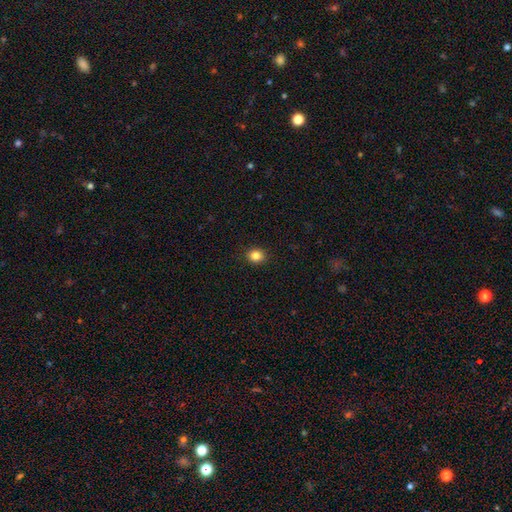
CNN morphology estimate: Smooth or featured? Predicted: smooth (p=0.84). How rounded? Predicted: round (p=0.79). Merging? Predicted: none (p=0.92).